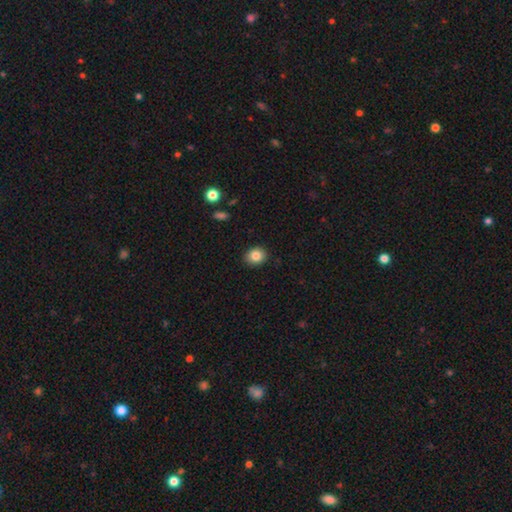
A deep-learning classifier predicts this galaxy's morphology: smooth-or-featured: smooth: 84% | star or artifact: 9% | featured or disk: 6%
  how-rounded: round: 64% | in between: 36% | cigar-shaped: 1%
  merging: none: 89% | minor disturbance: 8% | major disturbance: 2% | merger: 1%